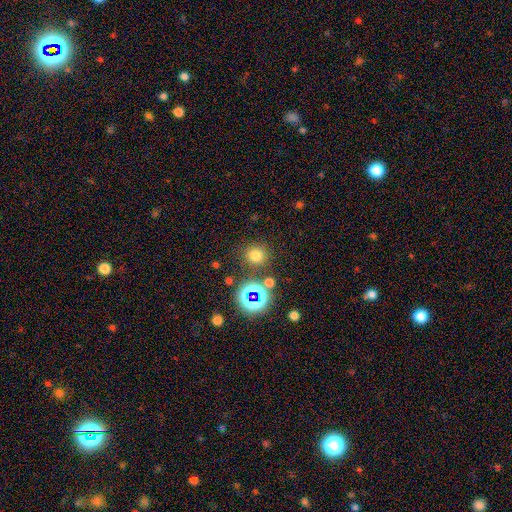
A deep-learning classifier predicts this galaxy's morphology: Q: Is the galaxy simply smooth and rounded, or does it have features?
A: smooth — 68%.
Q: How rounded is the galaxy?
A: round — 87%.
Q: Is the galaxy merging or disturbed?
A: none — 81%.